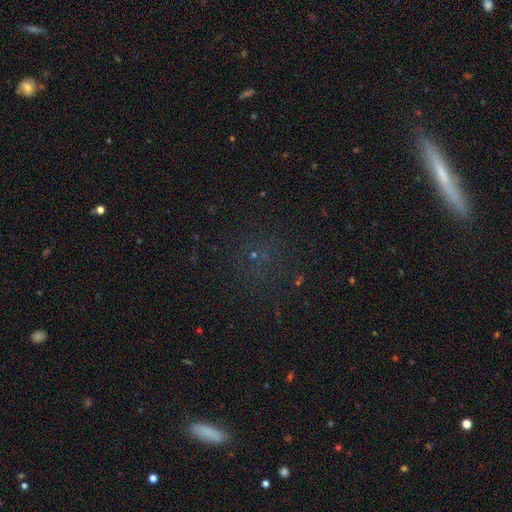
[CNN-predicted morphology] This is possibly a star or artifact rather than a galaxy (54%).